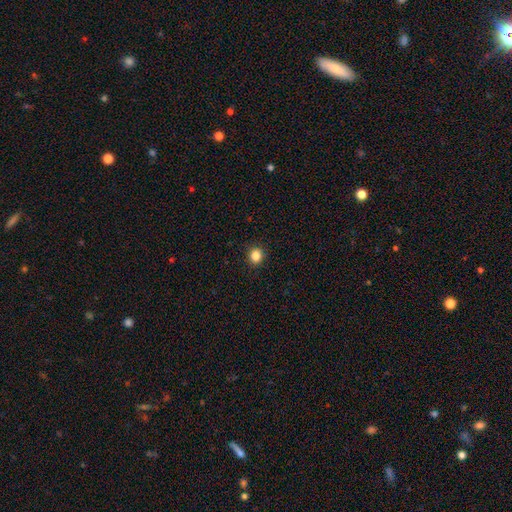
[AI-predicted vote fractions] Overall: smooth (85%). How rounded: round (82%). Merging: none (92%).